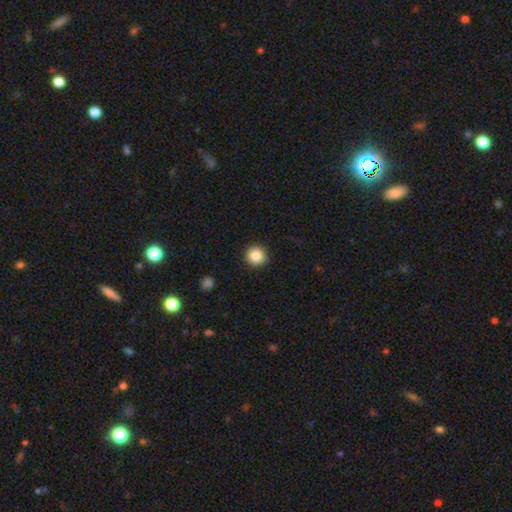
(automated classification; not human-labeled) A smooth galaxy with no disk features (84%) that is round (95%).

Vote fractions:
- Smooth or featured? smooth: 84% / star or artifact: 10% / featured or disk: 6%
- How rounded? round: 95% / in between: 4% / cigar-shaped: 1%
- Merging? none: 93% / minor disturbance: 5% / major disturbance: 2% / merger: 1%